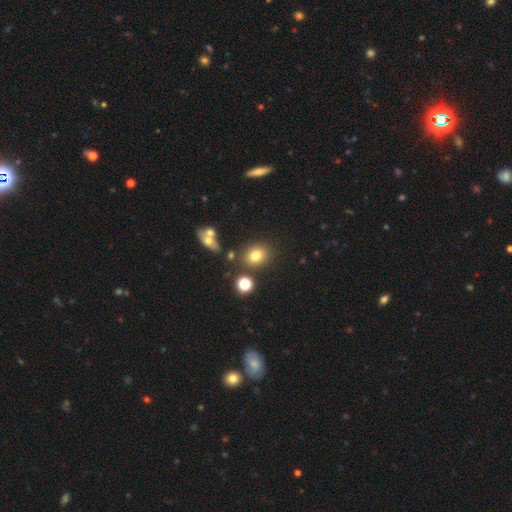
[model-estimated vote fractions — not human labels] smooth_or_featured: smooth (p=0.77) [alt: star or artifact p=0.14]
how_rounded: round (p=0.54) [alt: in between p=0.45]
merging: none (p=0.77) [alt: minor disturbance p=0.11]